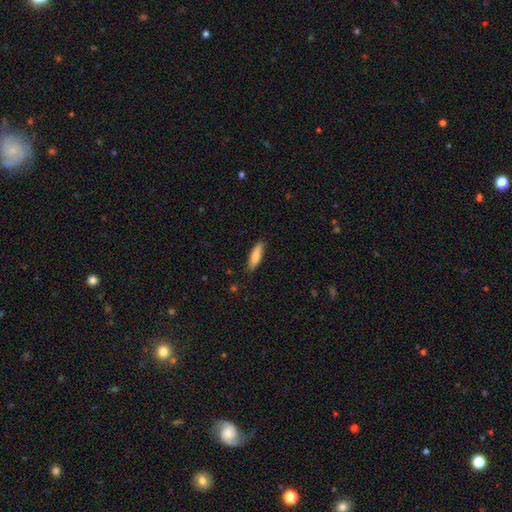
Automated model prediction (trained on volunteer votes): This appears to be a smooth galaxy with no disk features (83%) that is cigar-shaped (57%). Merging: none (86%).